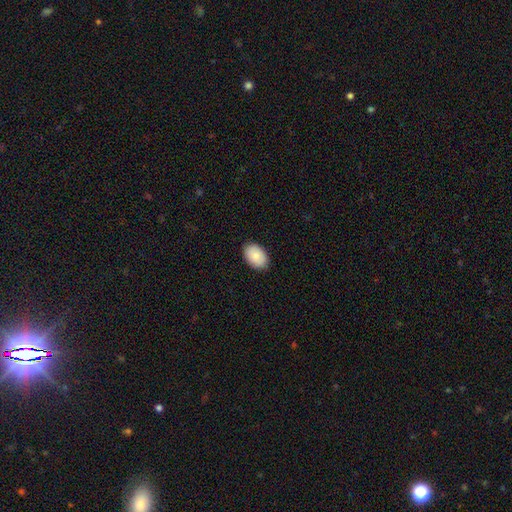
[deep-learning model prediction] The model was most divided on "smooth or featured": smooth: 86%, featured or disk: 8%, star or artifact: 6%. More confident: how rounded — in between (89%); merging — none (88%).